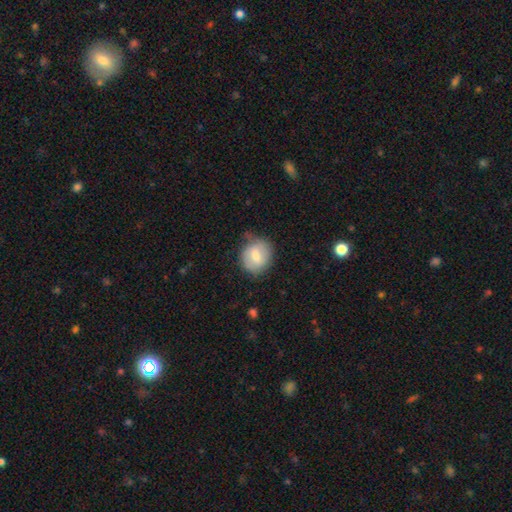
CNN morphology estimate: Q: Smooth or featured?
A: smooth (67%); runner-up: featured or disk (26%)
Q: How rounded?
A: round (73%); runner-up: in between (26%)
Q: Merging?
A: none (67%); runner-up: minor disturbance (24%)